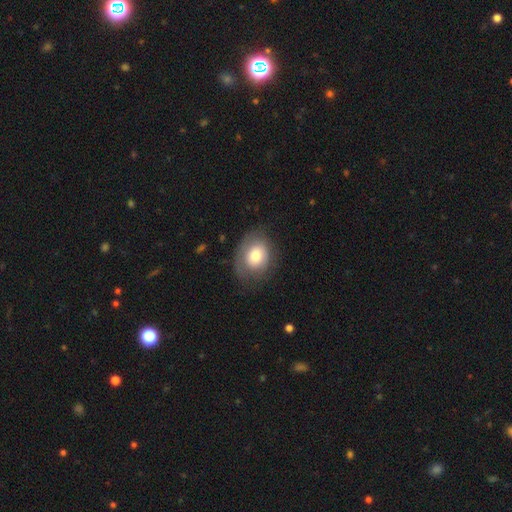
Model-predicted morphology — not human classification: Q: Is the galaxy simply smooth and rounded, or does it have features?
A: smooth — 70%.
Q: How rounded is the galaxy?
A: in between — 53%.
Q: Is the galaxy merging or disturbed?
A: none — 68%.